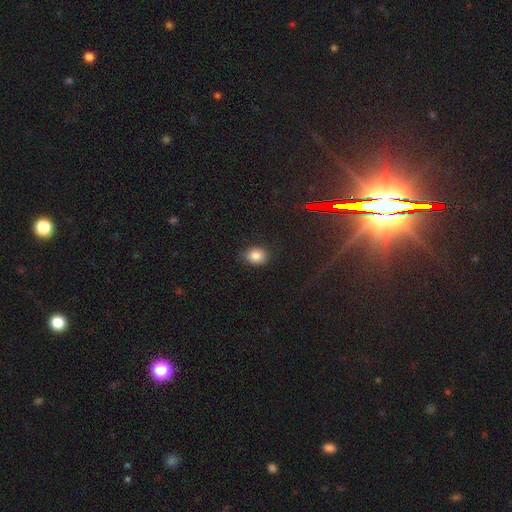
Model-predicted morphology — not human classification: smooth 85%, star or artifact 11%, featured or disk 5%. Down the decision tree: how rounded — round (50%); merging — none (83%).